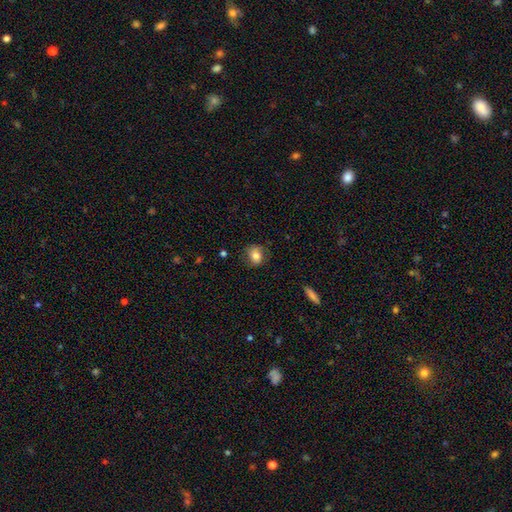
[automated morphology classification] Smooth or featured: smooth — 75% (featured or disk — 16%)
How rounded: round — 62% (in between — 36%)
Merging: none — 76% (minor disturbance — 17%)